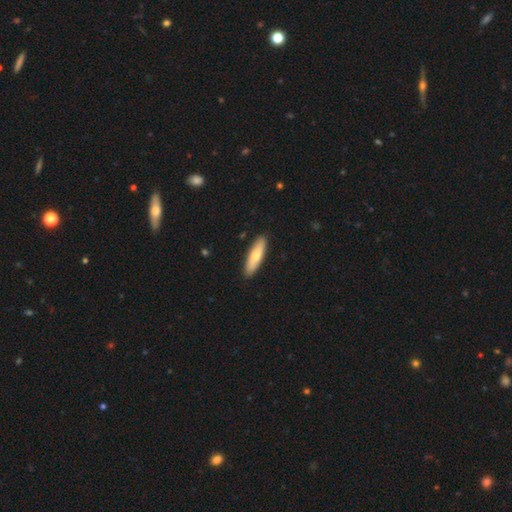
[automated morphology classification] smooth-or-featured: smooth: 71% | featured or disk: 24% | star or artifact: 5%
  how-rounded: cigar-shaped: 67% | in between: 32% | round: 2%
  merging: none: 90% | minor disturbance: 7% | major disturbance: 1% | merger: 1%